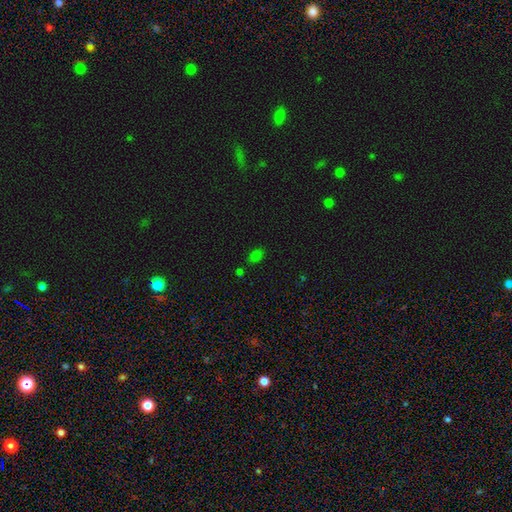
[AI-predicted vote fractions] Smooth or featured: smooth — 71% (star or artifact — 24%)
How rounded: in between — 83% (round — 15%)
Merging: none — 77% (minor disturbance — 13%)